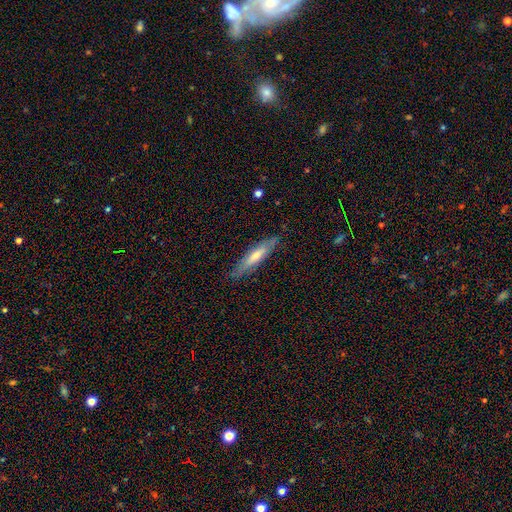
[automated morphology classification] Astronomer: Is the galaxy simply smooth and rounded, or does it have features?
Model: featured or disk — 49% (runner-up: smooth, 45%).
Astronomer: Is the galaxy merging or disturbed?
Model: none — 83%.